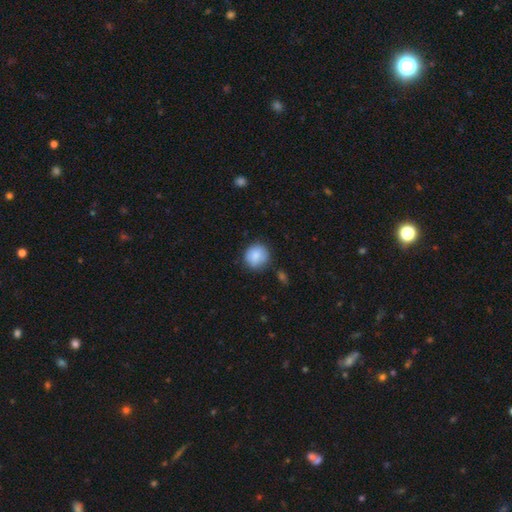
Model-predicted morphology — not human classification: This appears to be a smooth galaxy with no disk features (85%) that is round (87%). Merging: none (79%).